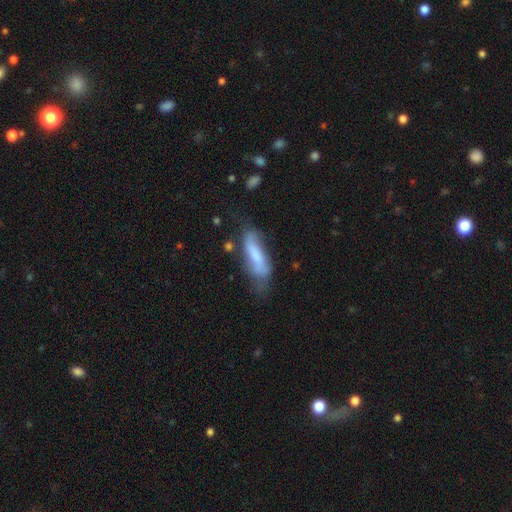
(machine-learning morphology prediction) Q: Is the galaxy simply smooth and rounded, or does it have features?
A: smooth — 59%.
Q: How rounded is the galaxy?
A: cigar-shaped — 50%.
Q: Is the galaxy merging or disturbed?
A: none — 44%.